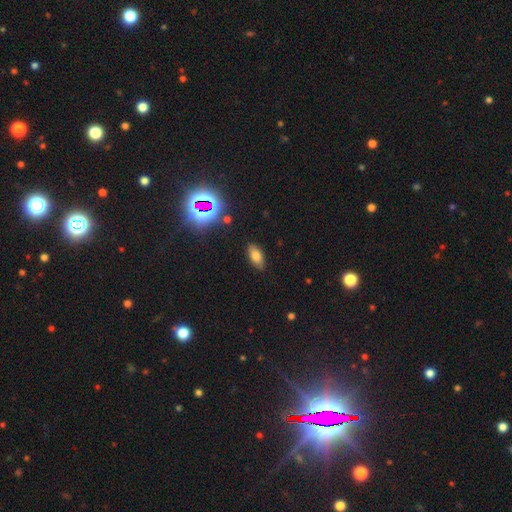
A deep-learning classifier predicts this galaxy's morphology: Q: Smooth or featured?
A: smooth (74%); runner-up: star or artifact (14%)
Q: How rounded?
A: in between (88%); runner-up: cigar-shaped (8%)
Q: Merging?
A: none (87%); runner-up: minor disturbance (9%)